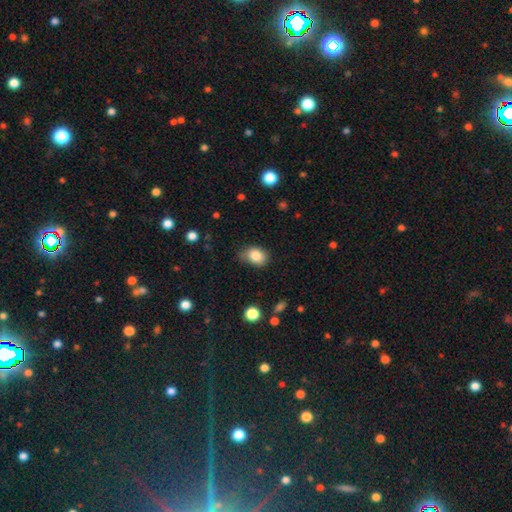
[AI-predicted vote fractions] Smooth or featured: smooth — 84% (star or artifact — 9%)
How rounded: in between — 70% (round — 29%)
Merging: none — 65% (minor disturbance — 28%)